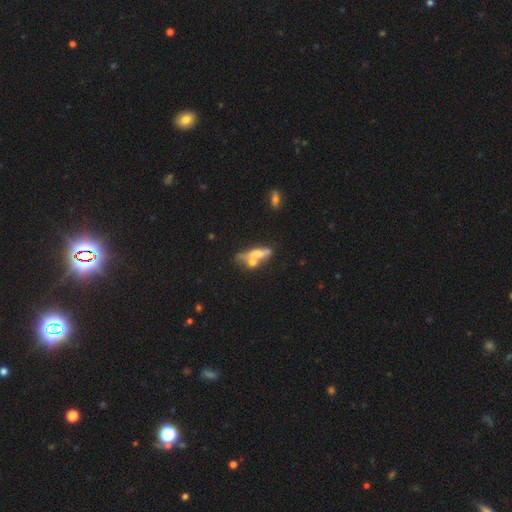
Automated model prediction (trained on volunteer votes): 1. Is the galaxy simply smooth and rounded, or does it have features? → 48% smooth, 41% featured or disk, 11% star or artifact.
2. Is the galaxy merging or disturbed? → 40% merger, 32% none, 15% minor disturbance, 12% major disturbance.